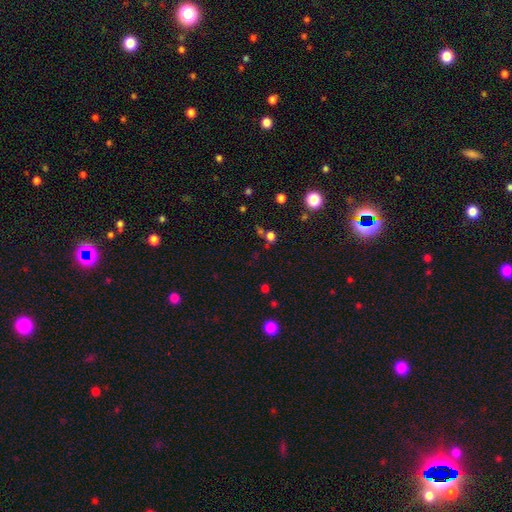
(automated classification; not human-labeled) Morphology: type=star or artifact (47%).